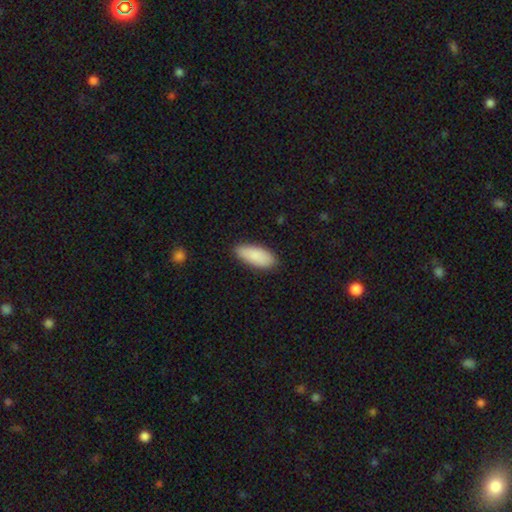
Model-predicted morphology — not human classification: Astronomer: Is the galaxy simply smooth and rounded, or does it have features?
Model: smooth — 88%.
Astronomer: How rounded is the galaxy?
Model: in between — 84%.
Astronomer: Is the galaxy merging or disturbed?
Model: none — 86%.